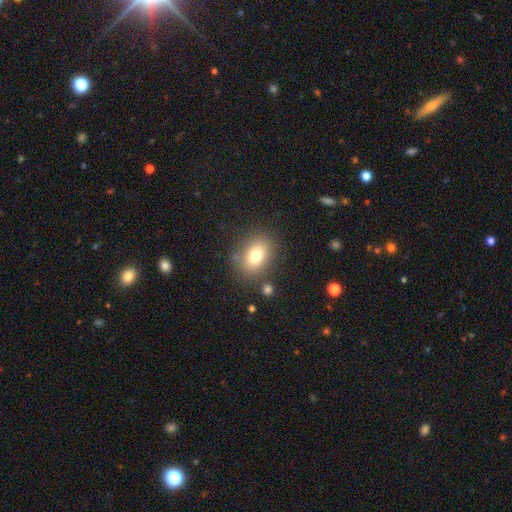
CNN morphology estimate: A smooth galaxy with no disk features (77%) that is in between round and cigar-shaped (69%). Merging: none (80%).